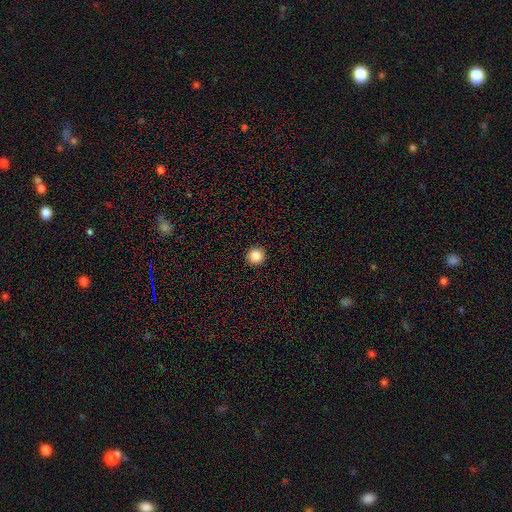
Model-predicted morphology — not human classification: Smooth or featured? smooth (85%)
How rounded? round (95%)
Merging? none (94%)